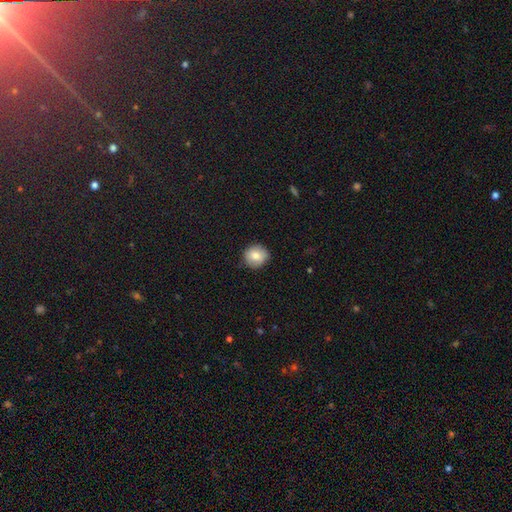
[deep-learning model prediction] smooth 78%, featured or disk 14%, star or artifact 8%. Down the decision tree: how rounded — round (89%); merging — none (85%).